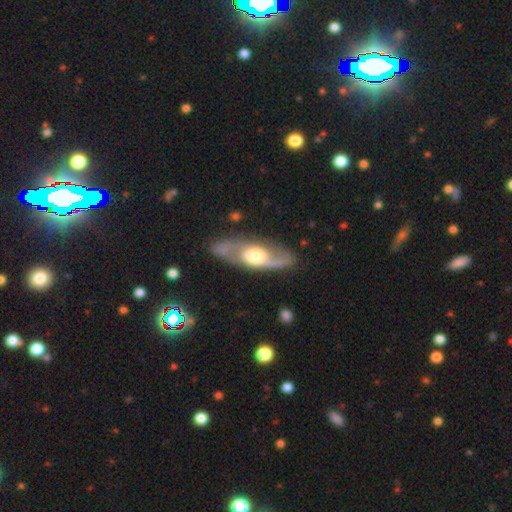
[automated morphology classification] Overall: featured or disk (75%). Edge-on disk: no (84%). Bar: no (66%). Spiral arms: yes (81%). Spiral arm count: 2 (83%). Spiral winding: medium (44%; loose 36%). Bulge size: moderate (56%; large 31%). Merging: none (77%).